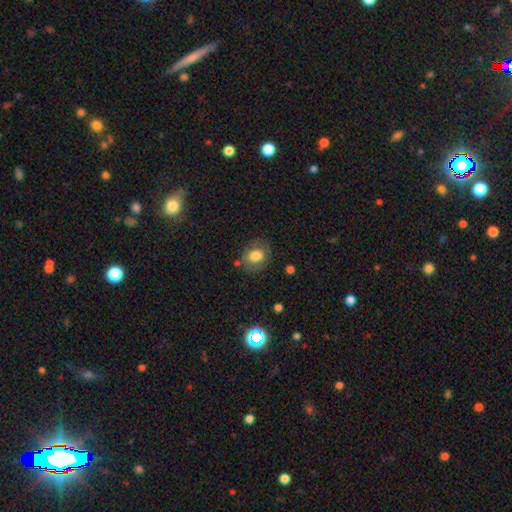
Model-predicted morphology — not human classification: This appears to be a smooth galaxy with no disk features (73%) that is round (54%). Merging: none (73%).